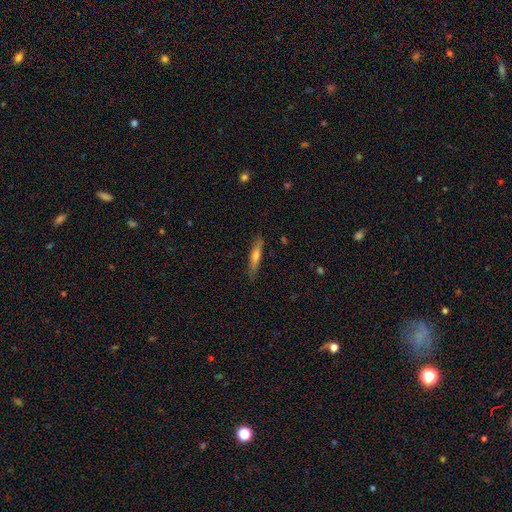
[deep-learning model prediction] The model was most divided on "smooth or featured": smooth: 57%, featured or disk: 37%, star or artifact: 6%. More confident: how rounded — cigar-shaped (87%); merging — none (86%).